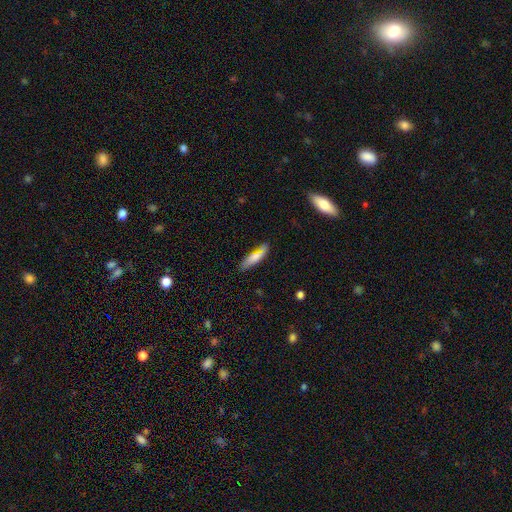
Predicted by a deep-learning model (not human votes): The model was most divided on "how rounded": cigar-shaped: 65%, in between: 33%, round: 2%. More confident: merging — none (72%); smooth or featured — smooth (71%).